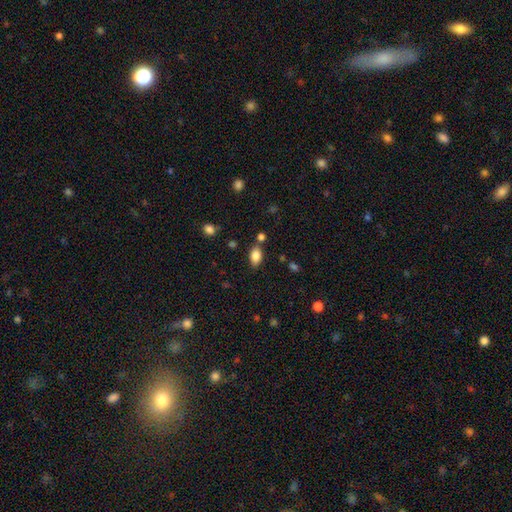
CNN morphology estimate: The model was most divided on "merging": none: 76%, minor disturbance: 13%, merger: 8%, major disturbance: 3%. More confident: how rounded — in between (90%); smooth or featured — smooth (85%).